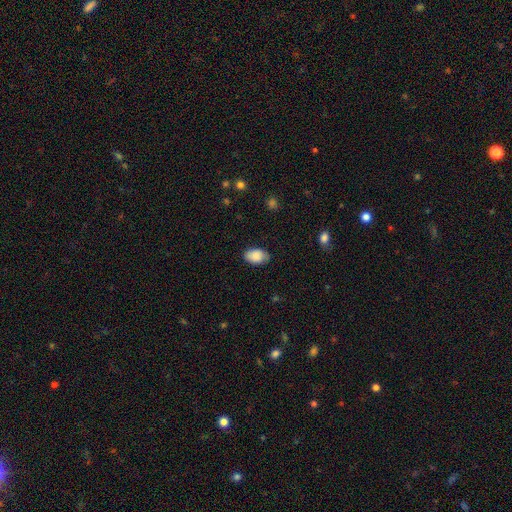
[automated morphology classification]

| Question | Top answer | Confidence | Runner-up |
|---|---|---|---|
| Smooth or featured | smooth | 86% | featured or disk (7%) |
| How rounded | in between | 89% | round (9%) |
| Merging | none | 82% | minor disturbance (15%) |